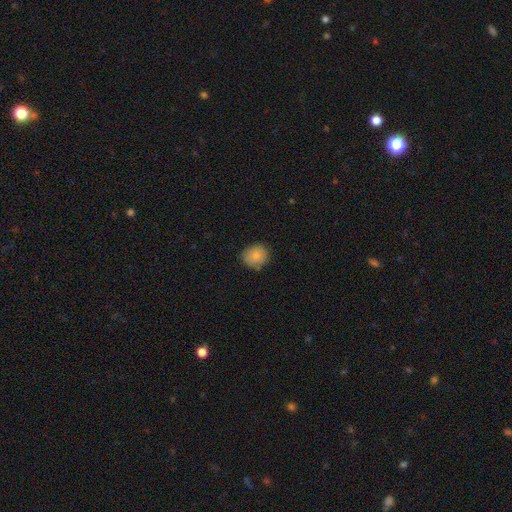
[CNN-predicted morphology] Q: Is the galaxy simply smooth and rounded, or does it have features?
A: smooth — 82%.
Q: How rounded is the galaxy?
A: round — 82%.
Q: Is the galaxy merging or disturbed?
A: none — 80%.